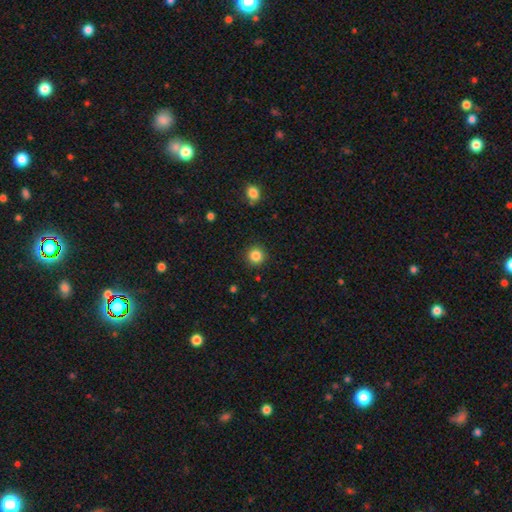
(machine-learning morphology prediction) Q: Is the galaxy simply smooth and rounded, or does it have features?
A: smooth — 85%.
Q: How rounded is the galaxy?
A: round — 94%.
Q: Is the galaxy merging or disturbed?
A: none — 91%.